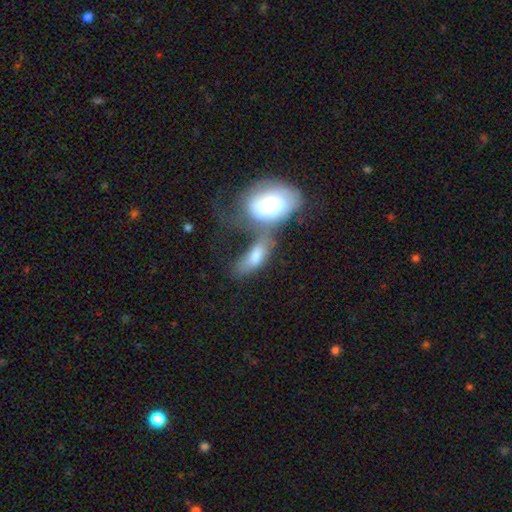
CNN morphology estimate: A smooth galaxy with no disk features (65%) that is in between round and cigar-shaped (87%). Merging: merger (59%).